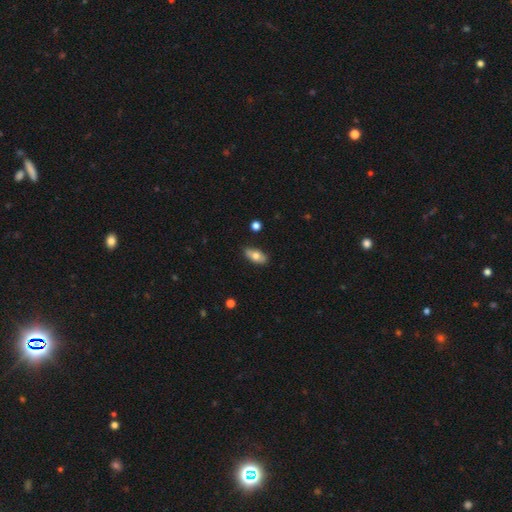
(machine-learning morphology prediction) A smooth galaxy with no disk features (69%) that is in between round and cigar-shaped (88%). Merging: none (82%).